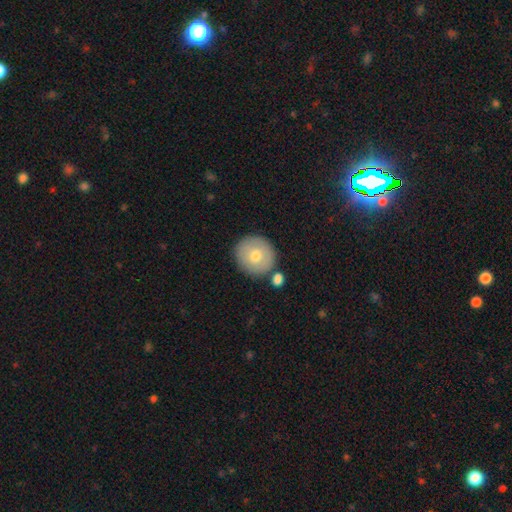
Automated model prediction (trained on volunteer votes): smooth 73%, featured or disk 19%, star or artifact 8%. Down the decision tree: how rounded — round (93%); merging — none (82%).